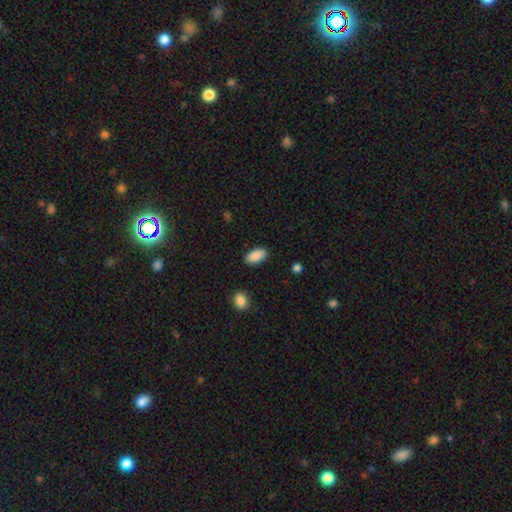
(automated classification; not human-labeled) smooth_or_featured: smooth (p=0.89) [alt: star or artifact p=0.07]
how_rounded: in between (p=0.94) [alt: cigar-shaped p=0.03]
merging: none (p=0.88) [alt: minor disturbance p=0.08]